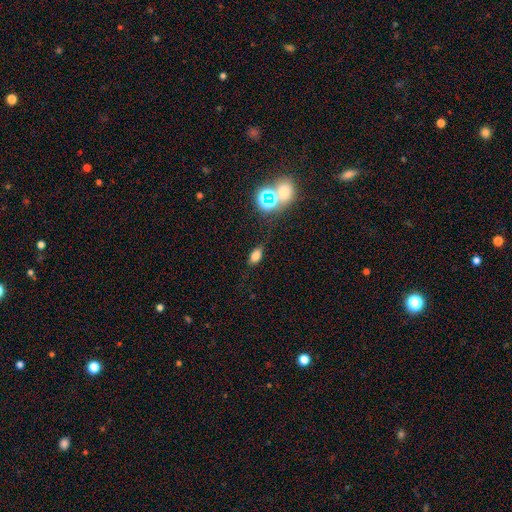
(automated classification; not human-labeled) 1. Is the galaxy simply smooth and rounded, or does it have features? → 74% smooth, 17% star or artifact, 9% featured or disk.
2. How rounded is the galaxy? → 85% in between, 10% round, 5% cigar-shaped.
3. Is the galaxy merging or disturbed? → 78% none, 14% minor disturbance, 4% major disturbance, 3% merger.